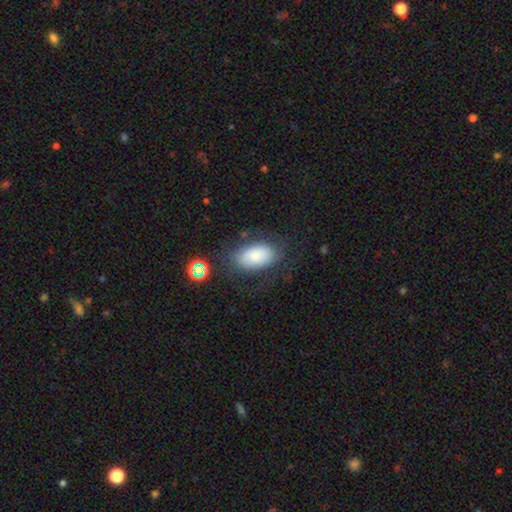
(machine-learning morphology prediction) smooth-or-featured: smooth: 70% | featured or disk: 20% | star or artifact: 10%
  how-rounded: in between: 93% | round: 5% | cigar-shaped: 2%
  merging: none: 66% | minor disturbance: 19% | major disturbance: 12% | merger: 3%